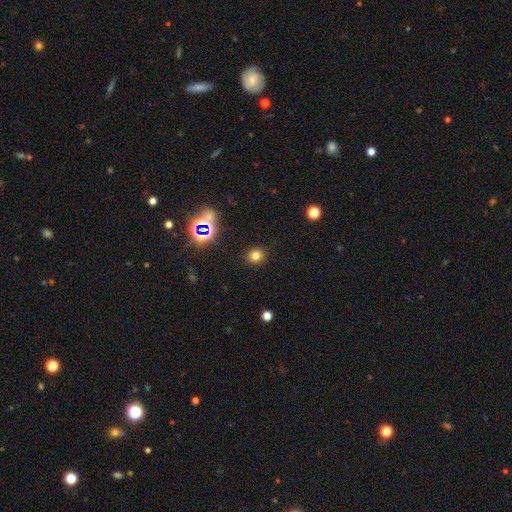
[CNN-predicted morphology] This appears to be a smooth galaxy with no disk features (75%) that is round (88%). Merging: none (91%).